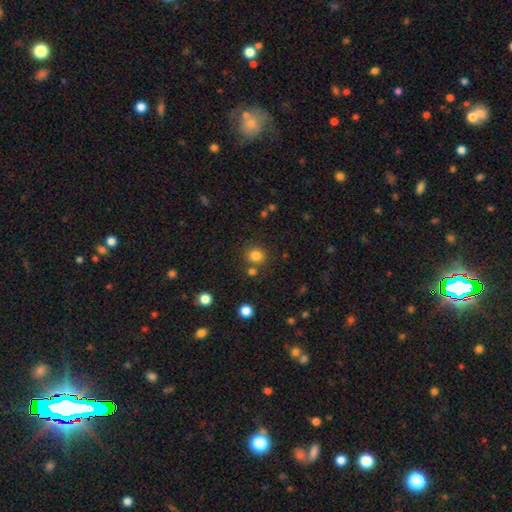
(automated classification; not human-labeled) Q: Smooth or featured?
A: smooth (82%); runner-up: star or artifact (13%)
Q: How rounded?
A: round (81%); runner-up: in between (18%)
Q: Merging?
A: none (78%); runner-up: merger (10%)